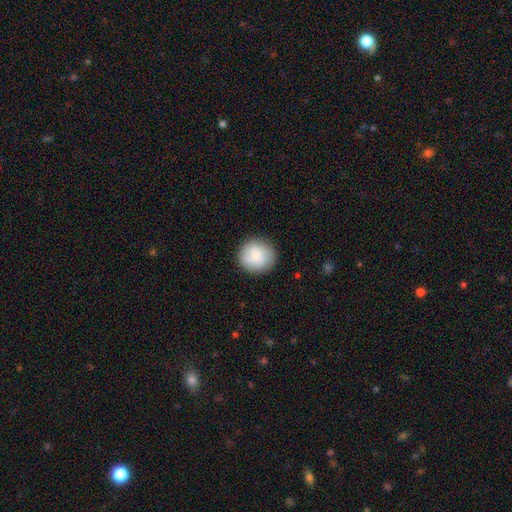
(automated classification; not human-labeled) A smooth galaxy with no disk features (81%) that is round (92%).

Vote fractions:
- Smooth or featured? smooth: 81% / featured or disk: 12% / star or artifact: 7%
- How rounded? round: 92% / in between: 7% / cigar-shaped: 1%
- Merging? none: 87% / minor disturbance: 10% / major disturbance: 3% / merger: 1%